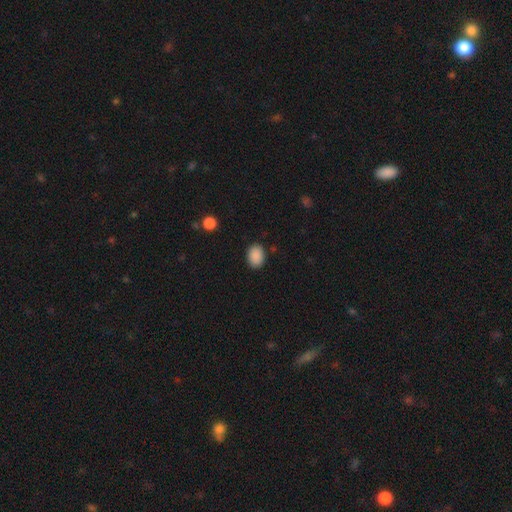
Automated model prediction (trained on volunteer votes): Smooth or featured? Predicted: smooth (p=0.89). How rounded? Predicted: in between (p=0.74). Merging? Predicted: none (p=0.88).